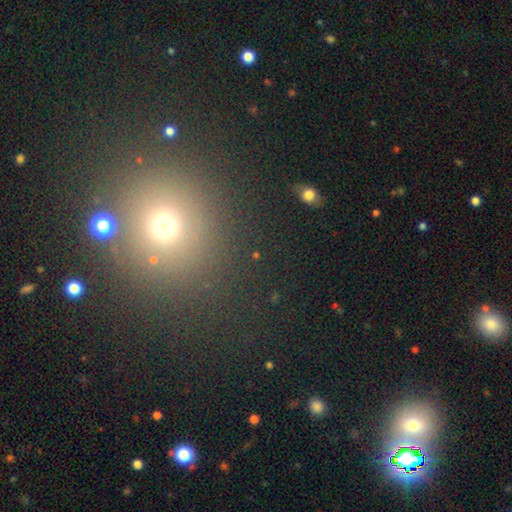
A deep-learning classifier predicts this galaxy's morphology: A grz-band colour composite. It shows a smooth galaxy with no disk features (49%). Merging: none (83%).